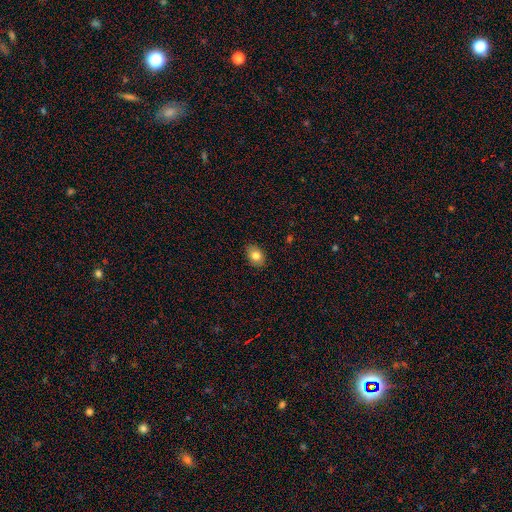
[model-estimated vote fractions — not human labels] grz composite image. It shows a smooth galaxy with no disk features (82%) that is in between round and cigar-shaped (76%). Merging: none (87%).